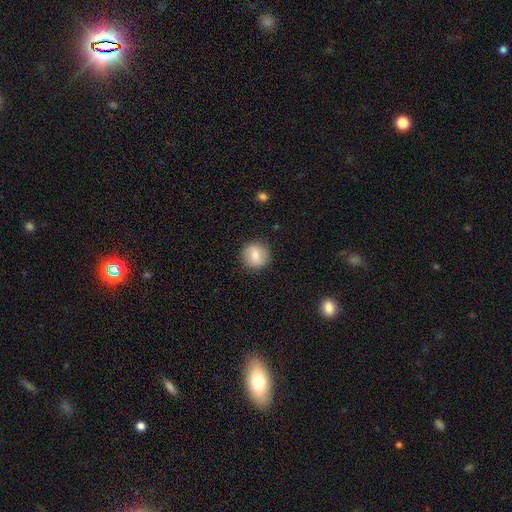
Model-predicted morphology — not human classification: Smooth or featured?
  - smooth: 68% *
  - featured or disk: 24%
  - star or artifact: 7%
How rounded?
  - round: 91% *
  - in between: 8%
  - cigar-shaped: 1%
Merging?
  - none: 89% *
  - minor disturbance: 8%
  - major disturbance: 2%
  - merger: 1%